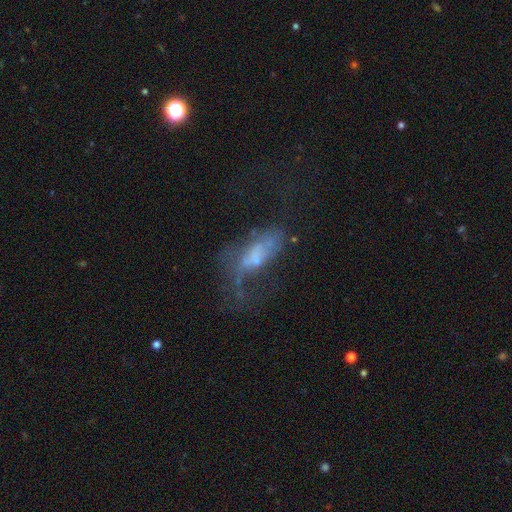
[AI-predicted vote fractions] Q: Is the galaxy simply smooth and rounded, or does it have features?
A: featured or disk — 51%.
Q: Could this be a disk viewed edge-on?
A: no — 88%.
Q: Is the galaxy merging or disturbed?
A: major disturbance — 48%.